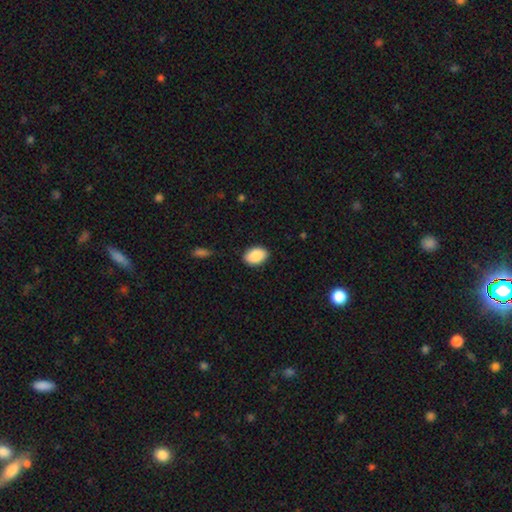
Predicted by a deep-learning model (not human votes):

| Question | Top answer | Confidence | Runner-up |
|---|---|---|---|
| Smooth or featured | smooth | 89% | star or artifact (7%) |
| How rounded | in between | 86% | round (13%) |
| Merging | none | 87% | minor disturbance (10%) |